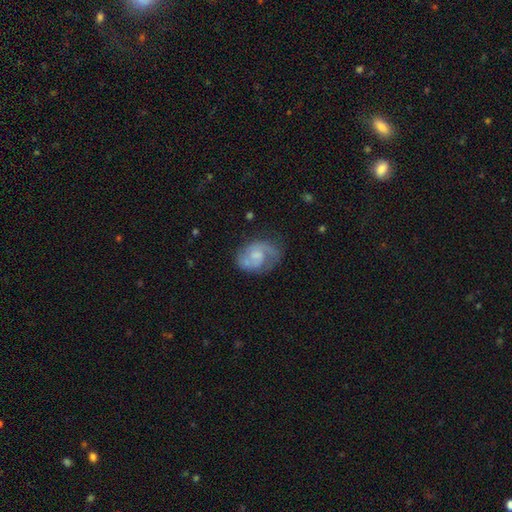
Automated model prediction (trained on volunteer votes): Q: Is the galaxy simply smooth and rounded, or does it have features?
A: featured or disk — 71%.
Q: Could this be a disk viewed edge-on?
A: no — 97%.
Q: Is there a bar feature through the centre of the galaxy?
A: no — 56%.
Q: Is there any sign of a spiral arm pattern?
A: yes — 91%.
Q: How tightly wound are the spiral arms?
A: medium — 50%.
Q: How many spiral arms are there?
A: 2 — 76%.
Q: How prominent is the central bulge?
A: small — 35%.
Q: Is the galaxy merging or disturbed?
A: none — 62%.